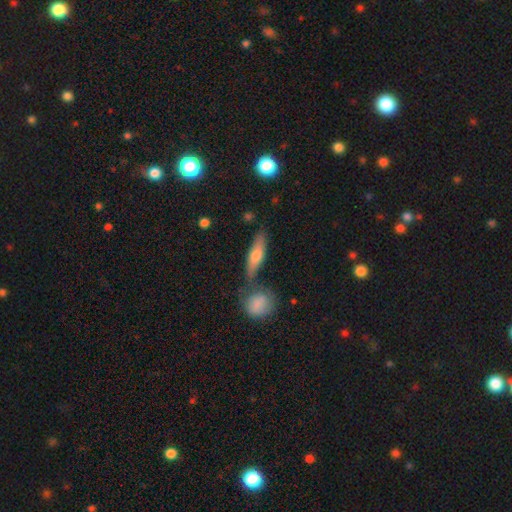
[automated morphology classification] smooth 59%, featured or disk 33%, star or artifact 7%. Down the decision tree: how rounded — cigar-shaped (59%); merging — none (69%).